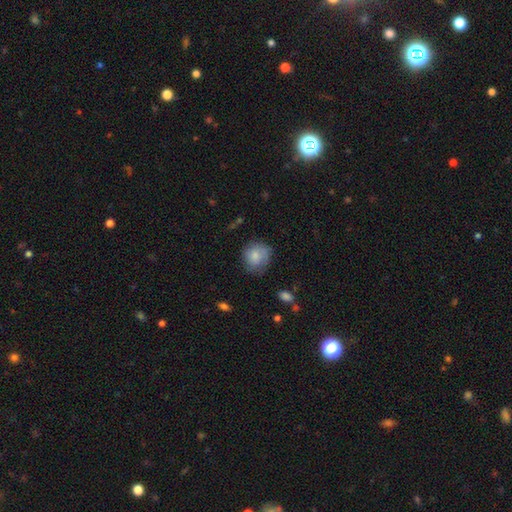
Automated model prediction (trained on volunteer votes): Morphology: type=smooth (75%); roundness=round (78%); merging=none (61%).